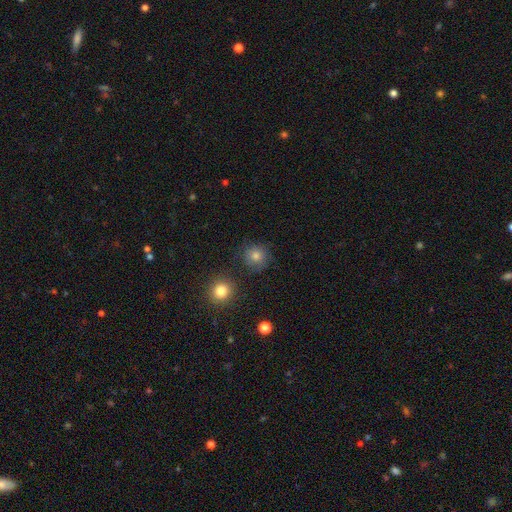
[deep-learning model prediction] A smooth galaxy with no disk features (74%) that is round (93%).

Vote fractions:
- Smooth or featured? smooth: 74% / star or artifact: 15% / featured or disk: 11%
- How rounded? round: 93% / in between: 6% / cigar-shaped: 1%
- Merging? none: 84% / minor disturbance: 10% / major disturbance: 4% / merger: 2%